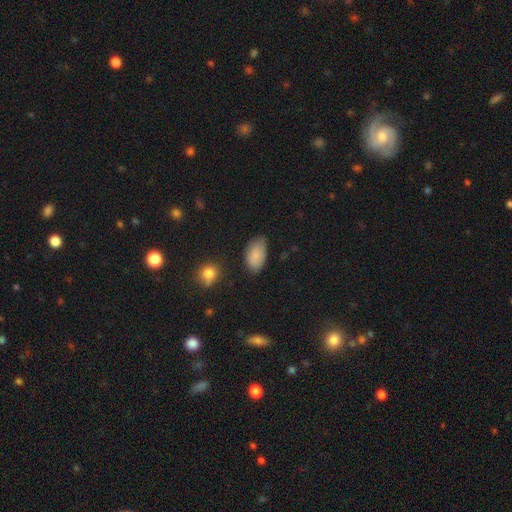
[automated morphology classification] smooth 85%, featured or disk 8%, star or artifact 7%. Down the decision tree: how rounded — in between (94%); merging — none (67%).